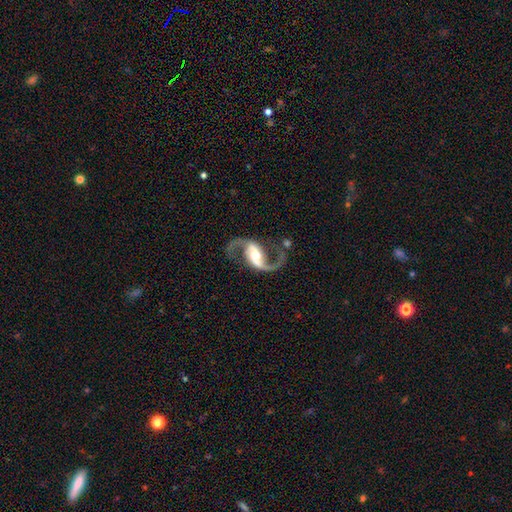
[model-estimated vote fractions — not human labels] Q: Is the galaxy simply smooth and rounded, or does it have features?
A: featured or disk — 93%.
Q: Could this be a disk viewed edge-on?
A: no — 98%.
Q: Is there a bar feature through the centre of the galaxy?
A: strong — 48%.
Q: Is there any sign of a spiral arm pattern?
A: yes — 98%.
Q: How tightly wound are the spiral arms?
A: loose — 64%.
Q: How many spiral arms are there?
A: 2 — 94%.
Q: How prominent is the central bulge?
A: moderate — 63%.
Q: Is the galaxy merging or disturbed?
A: none — 78%.